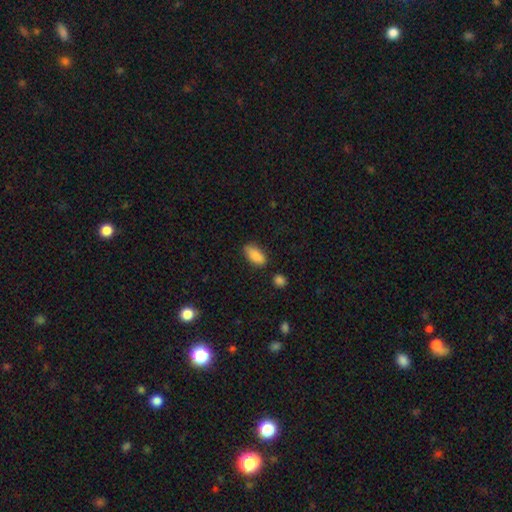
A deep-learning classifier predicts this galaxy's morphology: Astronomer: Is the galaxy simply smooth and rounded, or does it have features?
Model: smooth — 86%.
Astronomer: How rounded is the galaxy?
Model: in between — 87%.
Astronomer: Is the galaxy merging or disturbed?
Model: none — 75%.